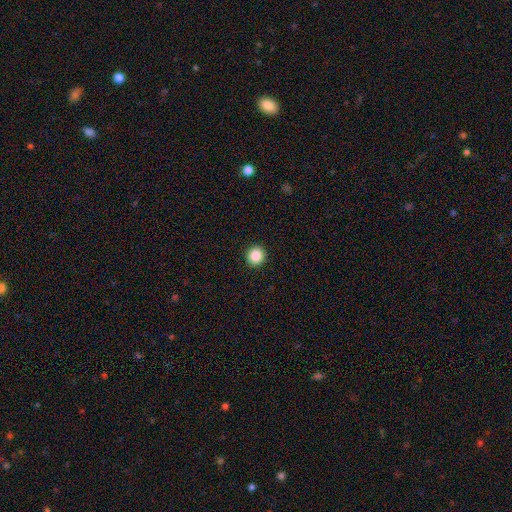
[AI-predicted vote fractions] smooth_or_featured: smooth (p=0.87) [alt: star or artifact p=0.10]
how_rounded: round (p=0.95) [alt: in between p=0.04]
merging: none (p=0.93) [alt: minor disturbance p=0.04]